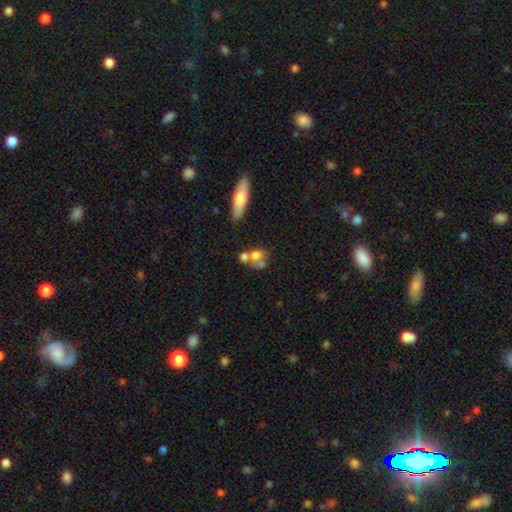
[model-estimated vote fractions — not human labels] A smooth galaxy with no disk features (65%) that is in between round and cigar-shaped (49%).

Vote fractions:
- Smooth or featured? smooth: 65% / featured or disk: 25% / star or artifact: 10%
- How rounded? in between: 49% / round: 46% / cigar-shaped: 4%
- Merging? merger: 49% / none: 32% / minor disturbance: 11% / major disturbance: 7%